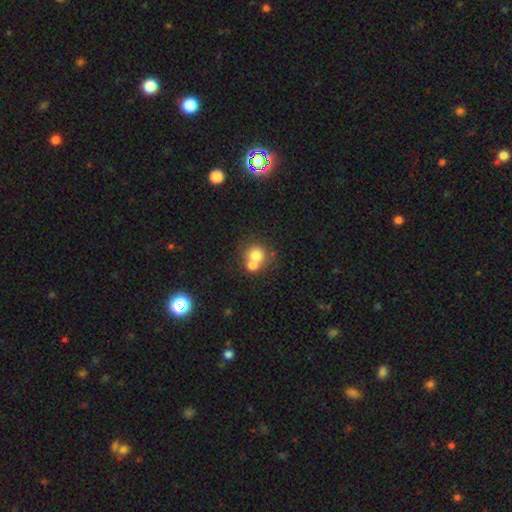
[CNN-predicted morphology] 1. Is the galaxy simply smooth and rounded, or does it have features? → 73% smooth, 15% featured or disk, 11% star or artifact.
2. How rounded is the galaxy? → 84% round, 15% in between, 1% cigar-shaped.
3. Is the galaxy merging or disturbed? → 54% merger, 36% none, 6% minor disturbance, 3% major disturbance.